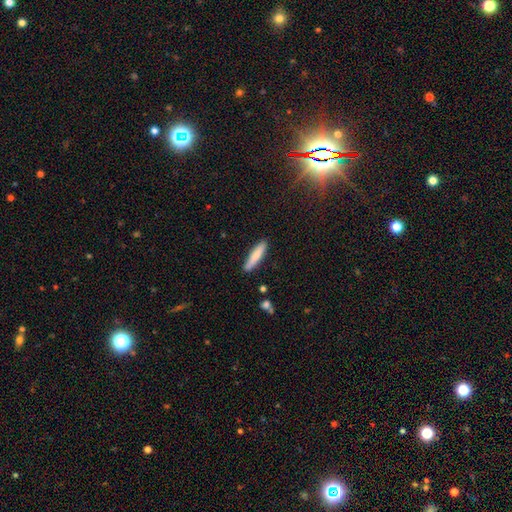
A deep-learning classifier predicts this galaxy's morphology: Smooth or featured?
  - smooth: 78% *
  - featured or disk: 16%
  - star or artifact: 6%
How rounded?
  - cigar-shaped: 85% *
  - in between: 14%
  - round: 1%
Merging?
  - none: 86% *
  - minor disturbance: 10%
  - major disturbance: 2%
  - merger: 2%